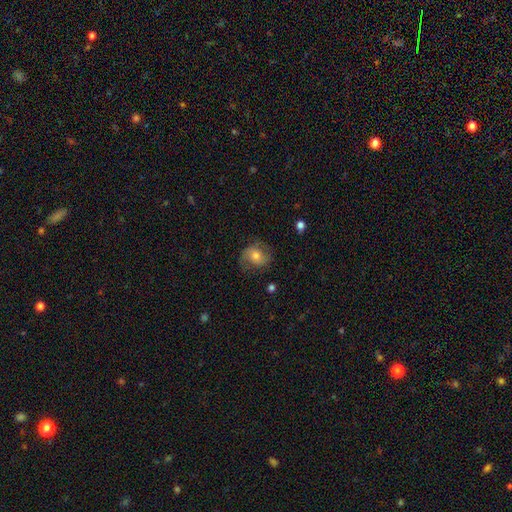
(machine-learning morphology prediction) Smooth or featured?
  - smooth: 50% *
  - featured or disk: 41%
  - star or artifact: 9%
Merging?
  - none: 69% *
  - minor disturbance: 20%
  - major disturbance: 10%
  - merger: 1%